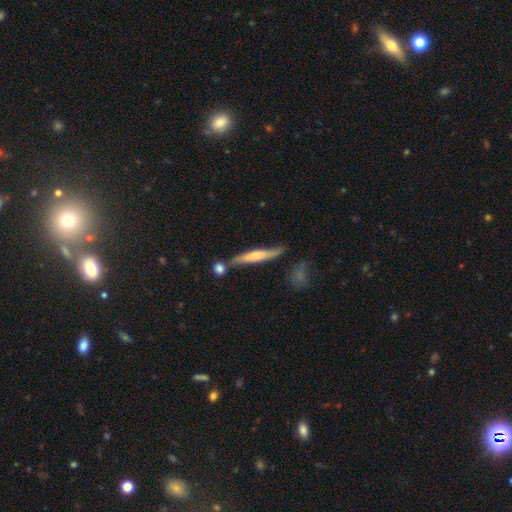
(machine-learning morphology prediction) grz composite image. It shows a smooth galaxy with no disk features (52%) that is cigar-shaped (91%). Merging: none (65%).